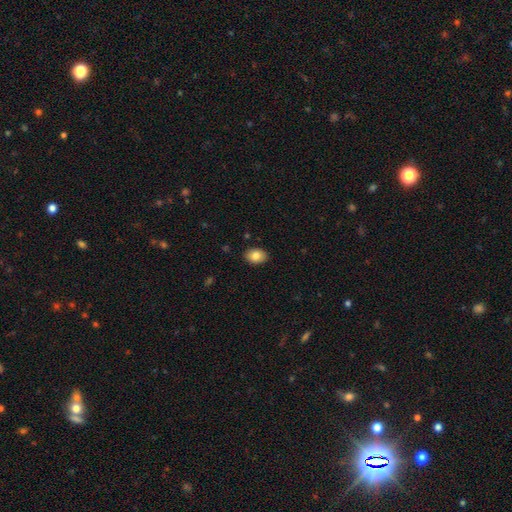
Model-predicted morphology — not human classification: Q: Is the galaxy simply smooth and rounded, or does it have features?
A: smooth — 84%.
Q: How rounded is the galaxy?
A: in between — 77%.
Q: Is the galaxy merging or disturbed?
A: none — 89%.